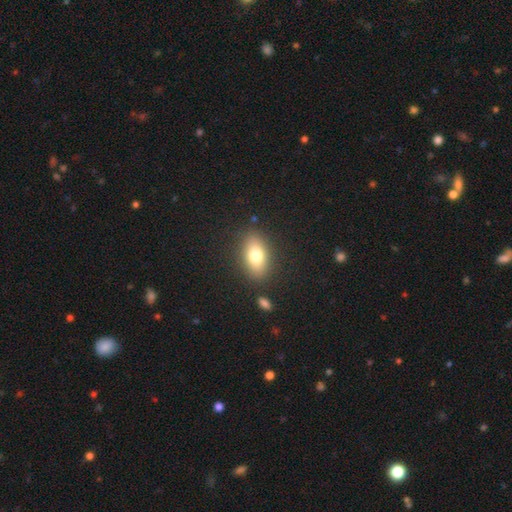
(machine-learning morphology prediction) The model was most divided on "smooth or featured": smooth: 75%, featured or disk: 16%, star or artifact: 9%. More confident: merging — none (84%); how rounded — in between (84%).